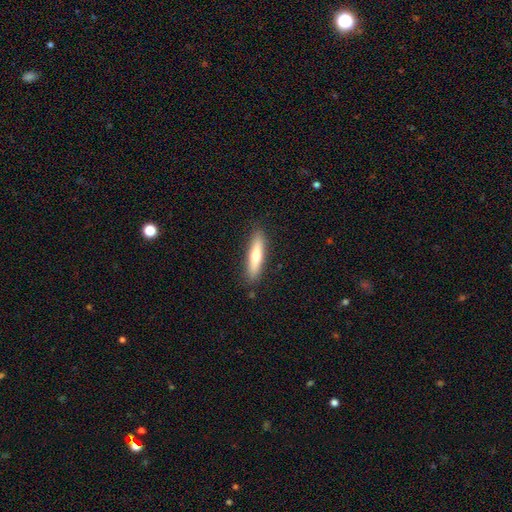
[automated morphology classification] smooth 62%, featured or disk 32%, star or artifact 6%. Down the decision tree: how rounded — cigar-shaped (80%); merging — none (88%).